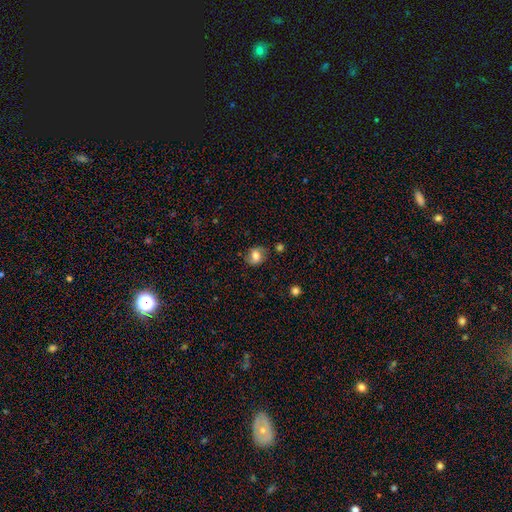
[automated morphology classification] Overall: smooth (70%). How rounded: round (55%; in between 44%). Merging: none (74%).